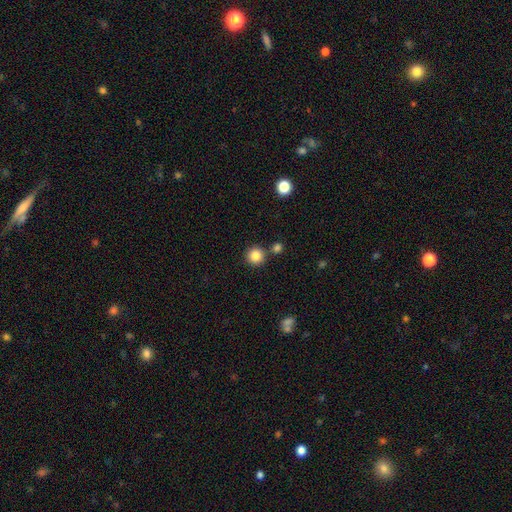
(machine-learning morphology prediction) Smooth or featured: smooth — 84% (star or artifact — 10%)
How rounded: round — 94% (in between — 5%)
Merging: none — 79% (merger — 11%)